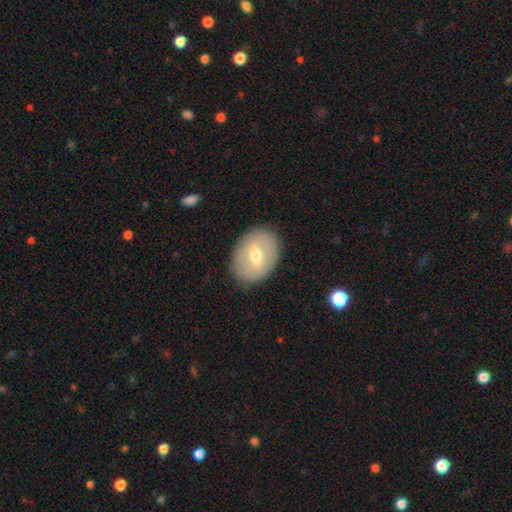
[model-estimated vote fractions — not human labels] Morphology: type=smooth (50%); roundness=in between (66%); merging=none (85%).